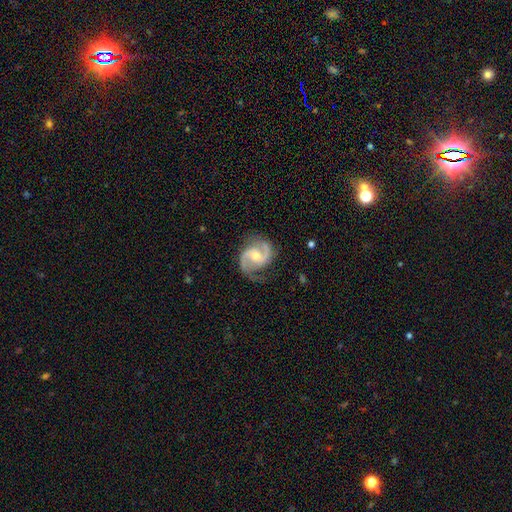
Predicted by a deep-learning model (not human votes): featured or disk 92%, star or artifact 4%, smooth 4%. Down the decision tree: edge-on disk — no (98%); bar — no (47%); spiral arms — yes (98%); spiral arm count — 2 (94%); spiral winding — medium (60%); bulge size — moderate (61%); merging — none (77%).